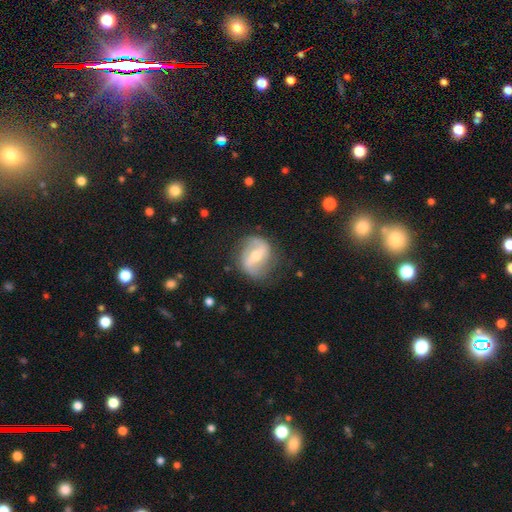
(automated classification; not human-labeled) A featured or disk galaxy (73%) with a strong bar (44%), 2 (87%) loose (49%) spiral arms (82%) and a moderate central bulge (57%). Merging: none (75%).